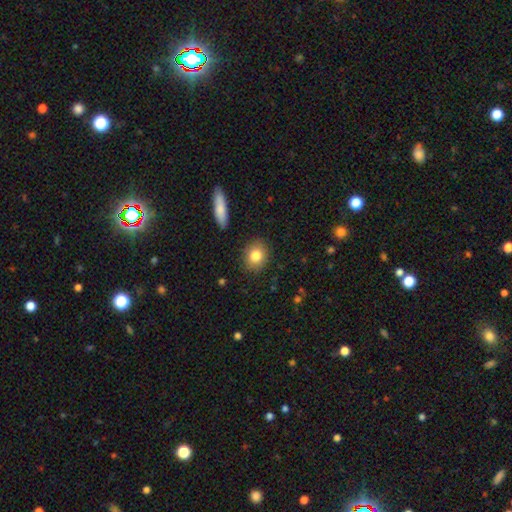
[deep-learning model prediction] Smooth or featured? Predicted: smooth (p=0.83). How rounded? Predicted: round (p=0.57). Merging? Predicted: none (p=0.88).